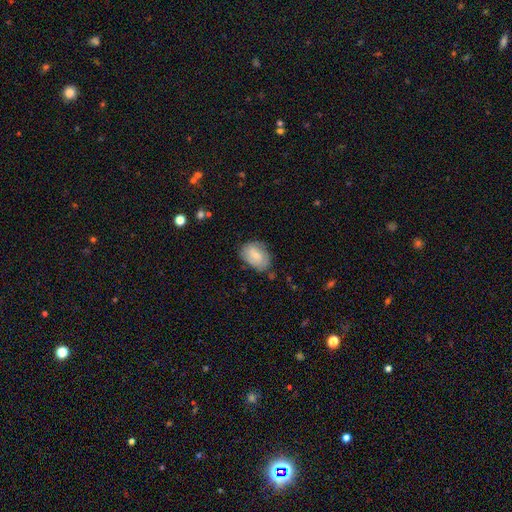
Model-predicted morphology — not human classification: smooth_or_featured: smooth (p=0.60) [alt: featured or disk p=0.33]
how_rounded: in between (p=0.78) [alt: round p=0.21]
merging: none (p=0.67) [alt: minor disturbance p=0.25]